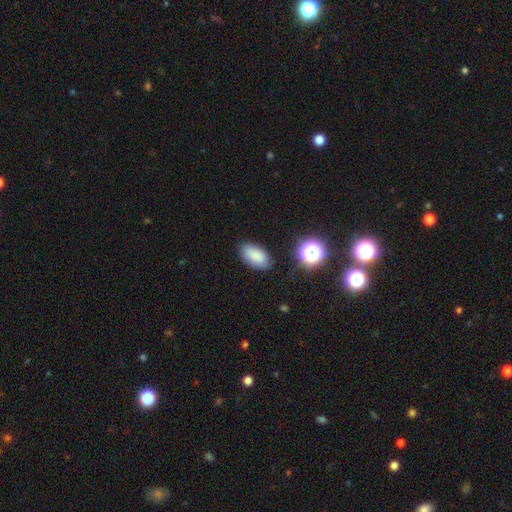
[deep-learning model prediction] A smooth galaxy with no disk features (84%) that is in between round and cigar-shaped (93%). Merging: none (82%).